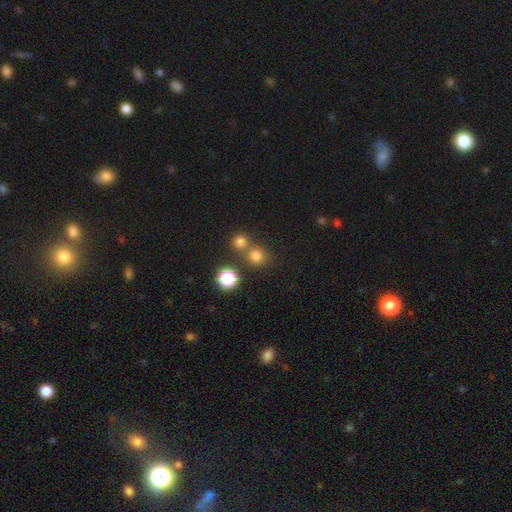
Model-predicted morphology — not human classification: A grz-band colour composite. It shows a smooth galaxy with no disk features (75%) that is round (87%). Merging: none (63%).